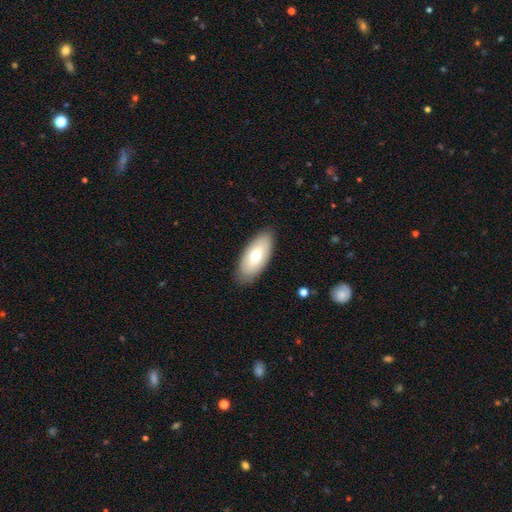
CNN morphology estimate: smooth_or_featured: smooth (p=0.65) [alt: featured or disk p=0.29]
how_rounded: in between (p=0.90) [alt: cigar-shaped p=0.07]
merging: none (p=0.86) [alt: minor disturbance p=0.11]